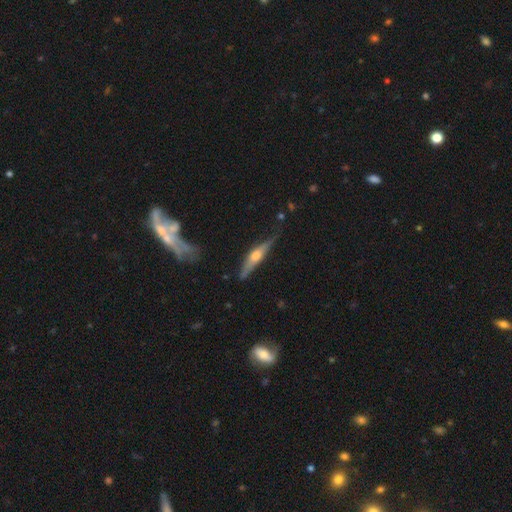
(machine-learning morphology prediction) featured or disk 65%, smooth 29%, star or artifact 6%. Down the decision tree: edge-on disk — yes (94%); edge-on bulge — rounded (89%); merging — none (72%).